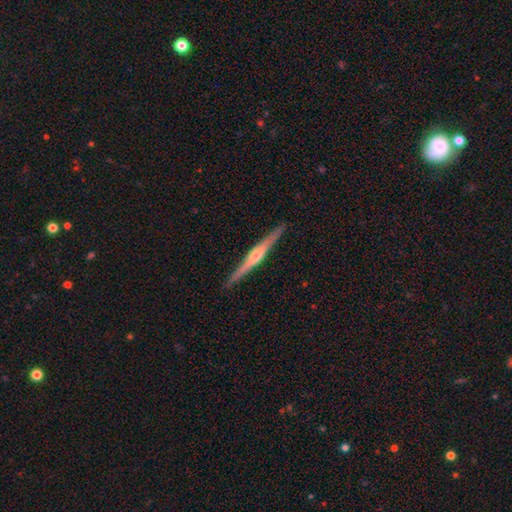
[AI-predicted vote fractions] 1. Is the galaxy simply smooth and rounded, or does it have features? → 78% featured or disk, 17% smooth, 5% star or artifact.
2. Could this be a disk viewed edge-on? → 98% yes, 2% no.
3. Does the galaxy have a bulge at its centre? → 85% rounded, 8% none, 7% boxy.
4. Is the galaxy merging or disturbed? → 91% none, 6% minor disturbance, 1% major disturbance, 1% merger.